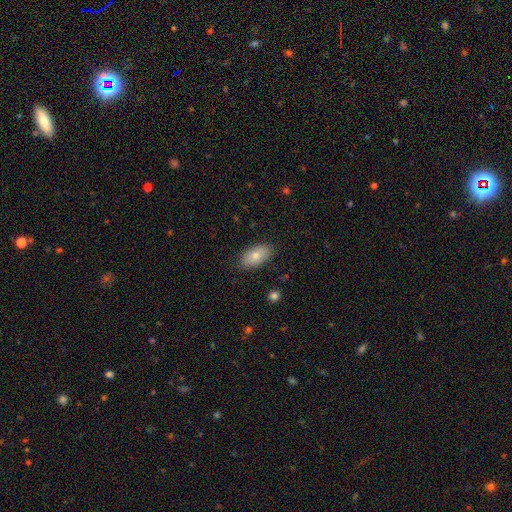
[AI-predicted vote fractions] Smooth or featured? Predicted: smooth (p=0.76). How rounded? Predicted: in between (p=0.92). Merging? Predicted: none (p=0.85).